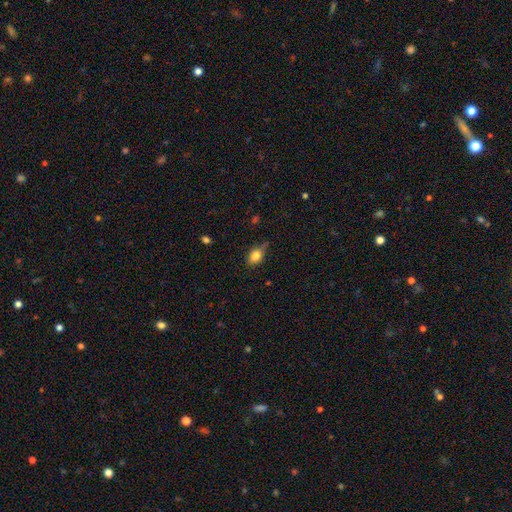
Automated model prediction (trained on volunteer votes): smooth_or_featured: smooth (p=0.80) [alt: featured or disk p=0.10]
how_rounded: in between (p=0.63) [alt: round p=0.34]
merging: none (p=0.58) [alt: minor disturbance p=0.31]